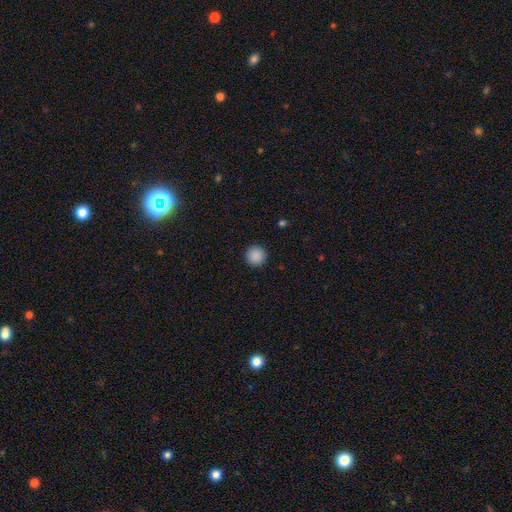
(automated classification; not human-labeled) Smooth or featured: smooth — 89% (star or artifact — 9%)
How rounded: round — 95% (in between — 4%)
Merging: none — 93% (minor disturbance — 5%)